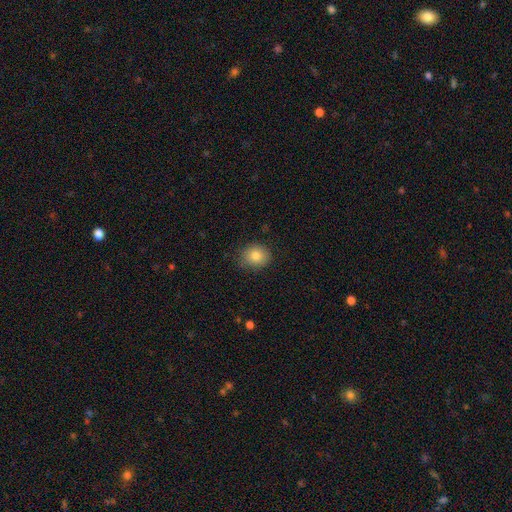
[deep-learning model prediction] The model was most divided on "how rounded": round: 76%, in between: 23%, cigar-shaped: 1%. More confident: smooth or featured — smooth (83%); merging — none (83%).